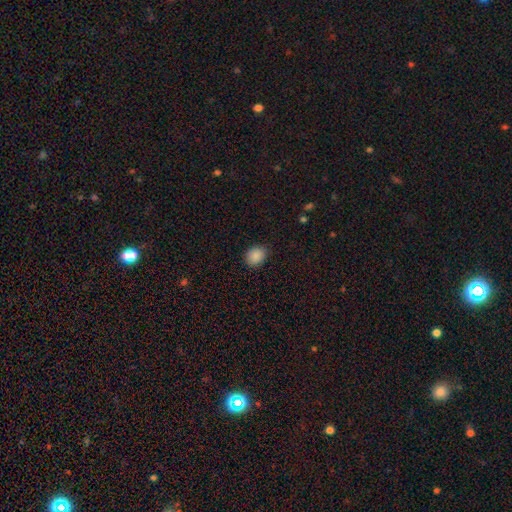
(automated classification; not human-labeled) Smooth or featured? Predicted: smooth (p=0.87). How rounded? Predicted: round (p=0.55). Merging? Predicted: none (p=0.86).